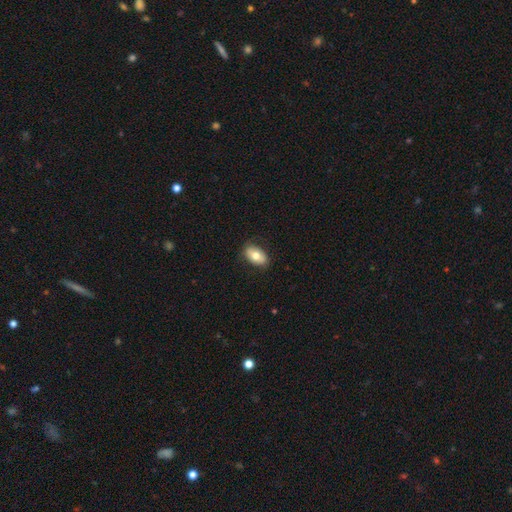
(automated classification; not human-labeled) Smooth or featured? Predicted: smooth (p=0.71). How rounded? Predicted: in between (p=0.90). Merging? Predicted: none (p=0.83).